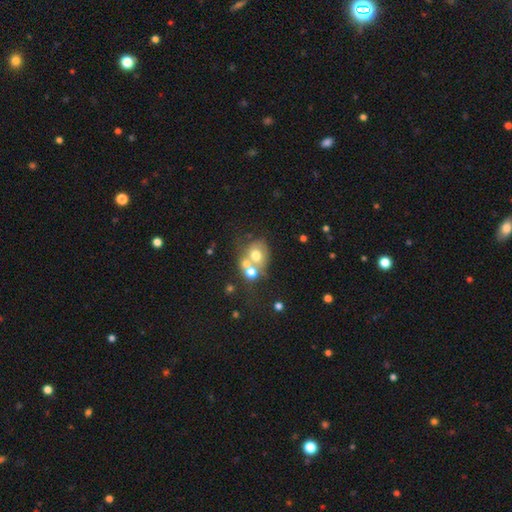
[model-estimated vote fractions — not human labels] A smooth galaxy with no disk features (57%) that is round (60%). Merging: merger (52%).